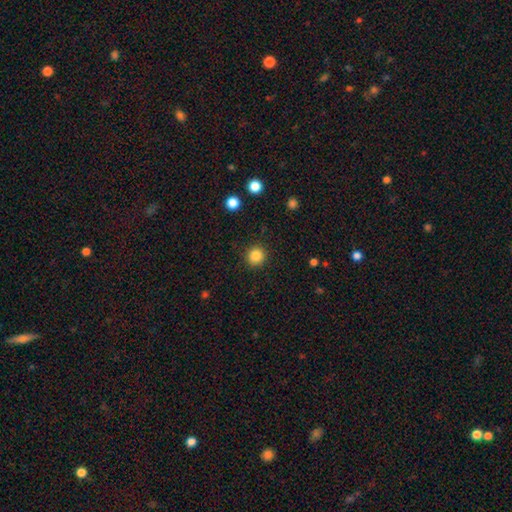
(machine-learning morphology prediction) Q: Smooth or featured?
A: smooth (84%); runner-up: star or artifact (12%)
Q: How rounded?
A: round (94%); runner-up: in between (6%)
Q: Merging?
A: none (91%); runner-up: minor disturbance (5%)